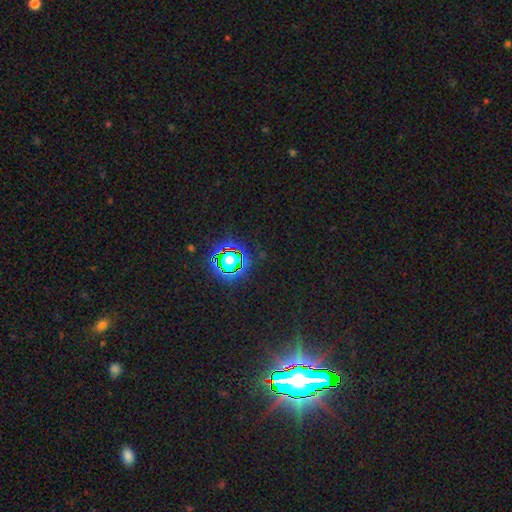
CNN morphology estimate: smooth_or_featured: star or artifact (p=0.83) [alt: smooth p=0.10]